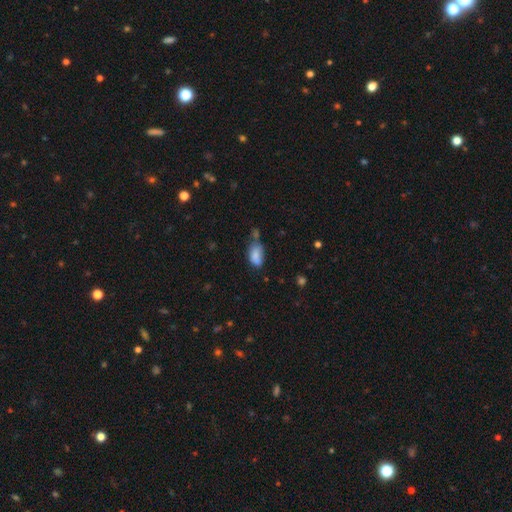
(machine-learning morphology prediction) The model was most divided on "merging": none: 39%, minor disturbance: 32%, merger: 18%, major disturbance: 11%. More confident: how rounded — in between (91%); smooth or featured — smooth (82%).